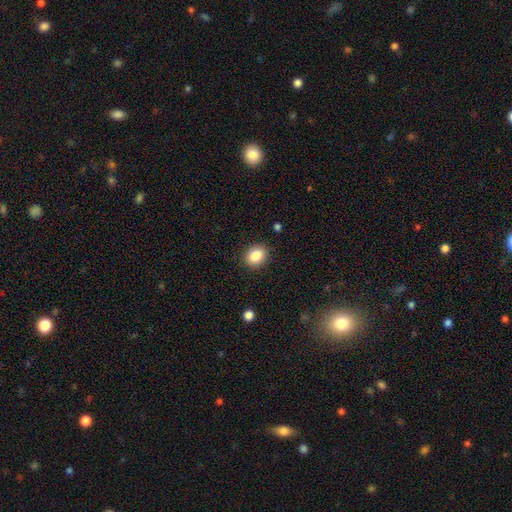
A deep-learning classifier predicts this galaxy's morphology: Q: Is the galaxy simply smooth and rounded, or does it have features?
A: smooth — 86%.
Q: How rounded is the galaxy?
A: in between — 57%.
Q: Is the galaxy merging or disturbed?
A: none — 89%.